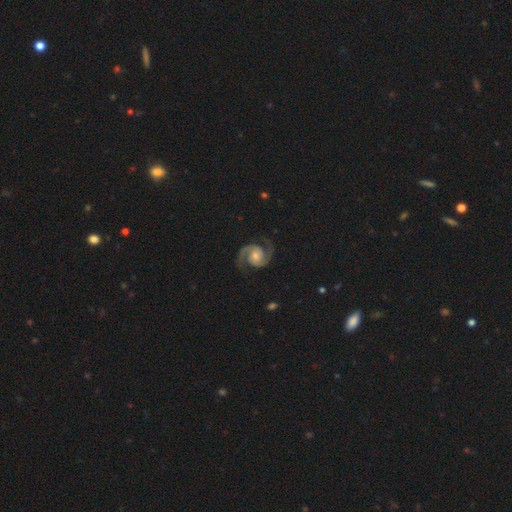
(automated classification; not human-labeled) Morphology: type=featured or disk (92%); edge-on=no (98%); bar=no (65%); spiral arms=yes (98%); winding=medium (59%); arm count=2 (94%); bulge=moderate (54%); merging=none (82%).